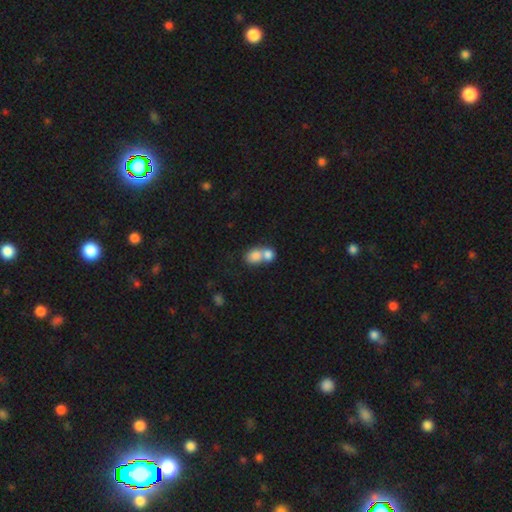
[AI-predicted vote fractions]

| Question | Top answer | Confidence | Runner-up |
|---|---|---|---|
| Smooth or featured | smooth | 80% | featured or disk (12%) |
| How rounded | round | 52% | in between (47%) |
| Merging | merger | 70% | none (21%) |